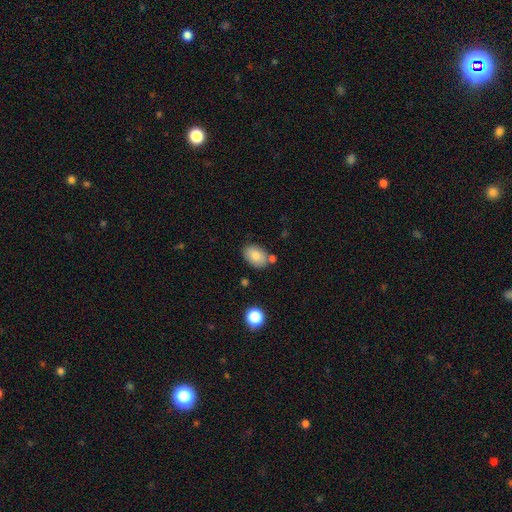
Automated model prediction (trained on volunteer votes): Smooth or featured?
  - smooth: 83% *
  - featured or disk: 9%
  - star or artifact: 8%
How rounded?
  - in between: 86% *
  - round: 13%
  - cigar-shaped: 1%
Merging?
  - none: 73% *
  - minor disturbance: 15%
  - merger: 9%
  - major disturbance: 3%